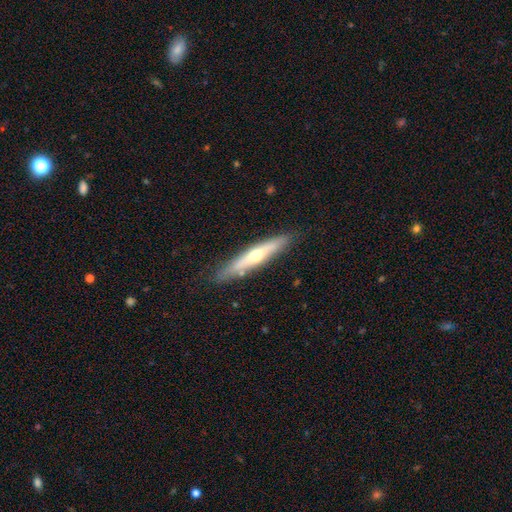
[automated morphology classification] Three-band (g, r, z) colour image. It shows a featured or disk galaxy (54%) viewed edge-on (87%). Merging: none (84%).